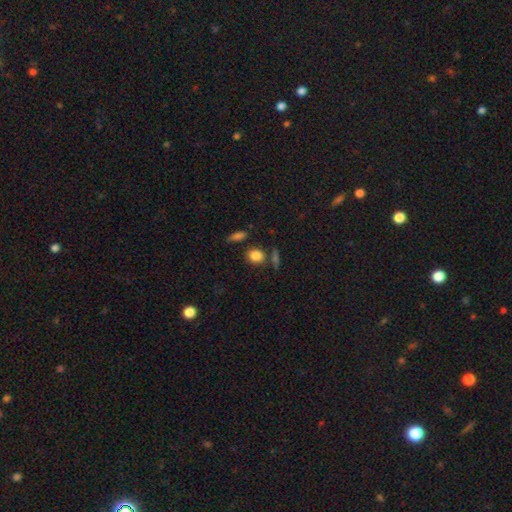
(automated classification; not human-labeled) A smooth galaxy with no disk features (83%) that is round (70%).

Vote fractions:
- Smooth or featured? smooth: 83% / star or artifact: 10% / featured or disk: 6%
- How rounded? round: 70% / in between: 27% / cigar-shaped: 3%
- Merging? none: 74% / minor disturbance: 12% / merger: 11% / major disturbance: 4%